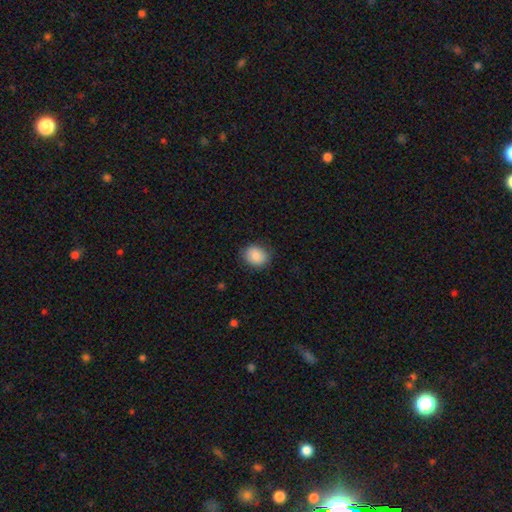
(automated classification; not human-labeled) Smooth or featured?
  - smooth: 87% *
  - star or artifact: 8%
  - featured or disk: 6%
How rounded?
  - round: 66% *
  - in between: 33%
  - cigar-shaped: 1%
Merging?
  - none: 83% *
  - minor disturbance: 13%
  - major disturbance: 3%
  - merger: 1%